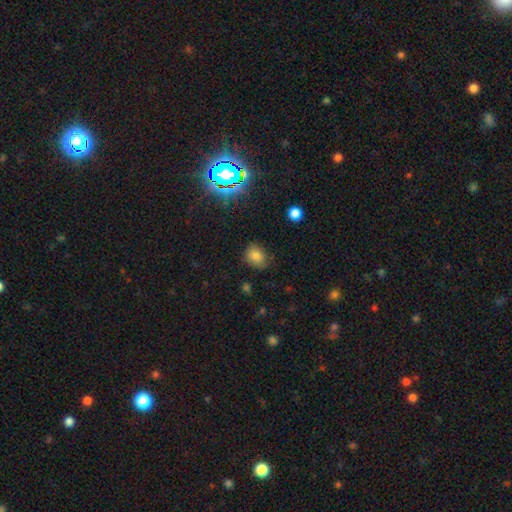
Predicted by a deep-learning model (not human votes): Overall: smooth (77%). How rounded: round (52%; in between 47%). Merging: none (78%).